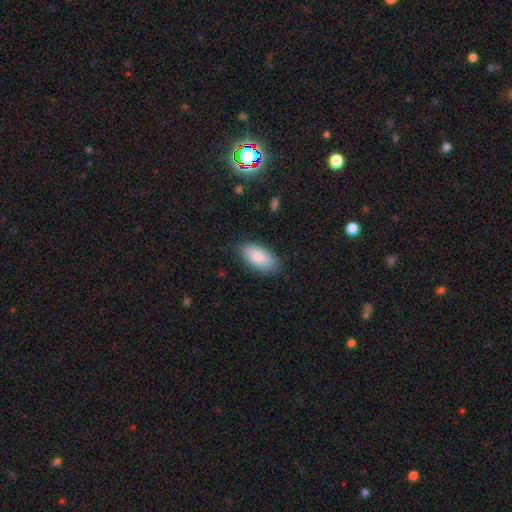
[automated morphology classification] smooth 86%, featured or disk 8%, star or artifact 7%. Down the decision tree: how rounded — in between (92%); merging — none (81%).